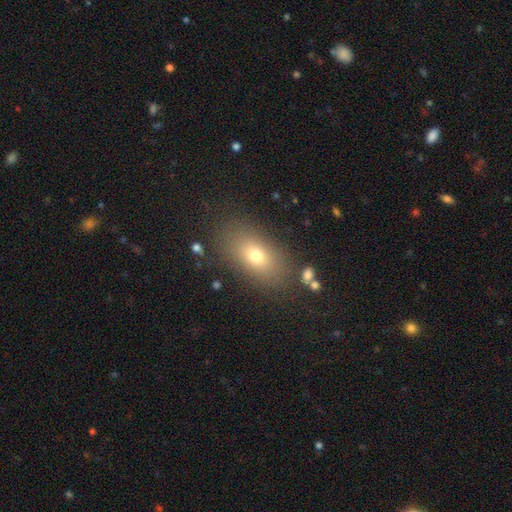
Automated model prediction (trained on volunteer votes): smooth 71%, featured or disk 16%, star or artifact 13%. Down the decision tree: how rounded — in between (83%); merging — none (81%).